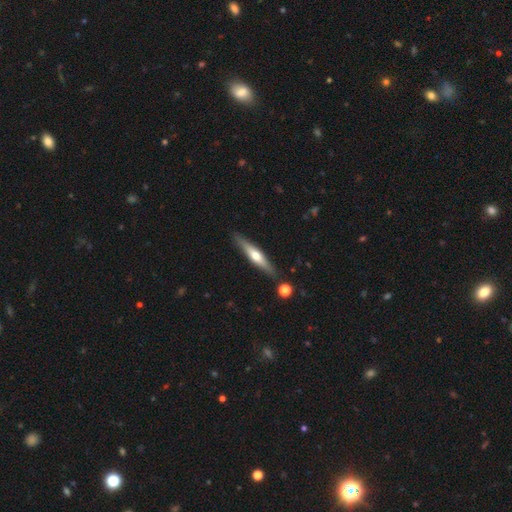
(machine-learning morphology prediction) This appears to be a featured or disk galaxy (58%) viewed edge-on (94%) with a rounded central bulge (89%). Merging: none (86%).